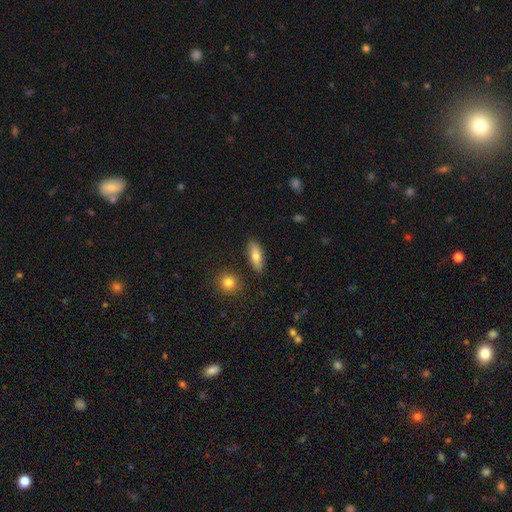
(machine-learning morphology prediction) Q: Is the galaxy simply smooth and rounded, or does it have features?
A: smooth — 75%.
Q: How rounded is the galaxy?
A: in between — 70%.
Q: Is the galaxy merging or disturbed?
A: none — 86%.